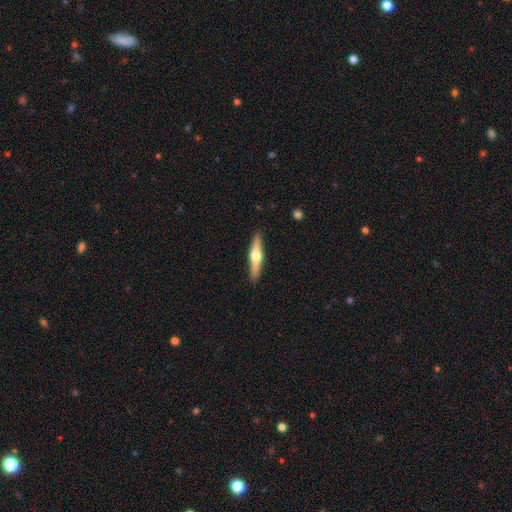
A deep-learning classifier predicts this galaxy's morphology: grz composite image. It shows a featured or disk galaxy (64%) viewed edge-on (97%) with a rounded central bulge (94%). Merging: none (90%).